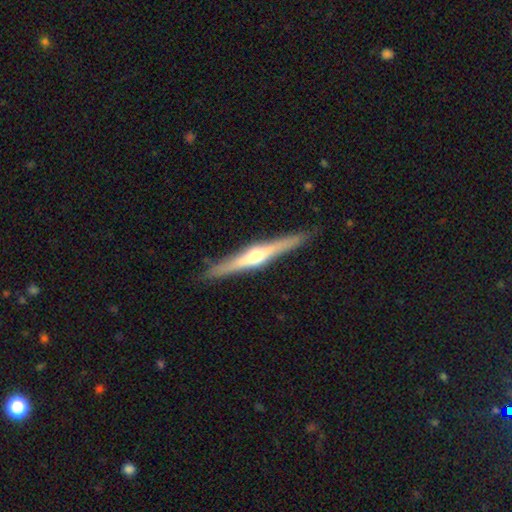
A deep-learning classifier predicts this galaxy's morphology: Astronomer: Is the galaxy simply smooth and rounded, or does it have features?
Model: featured or disk — 76%.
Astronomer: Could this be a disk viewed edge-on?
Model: yes — 98%.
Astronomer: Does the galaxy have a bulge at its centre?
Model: rounded — 90%.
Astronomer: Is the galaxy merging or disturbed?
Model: none — 90%.